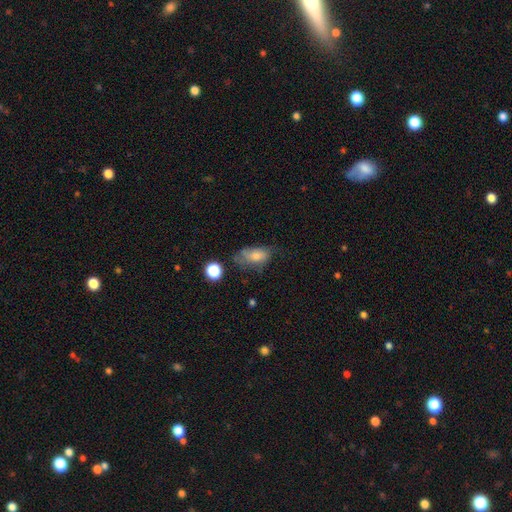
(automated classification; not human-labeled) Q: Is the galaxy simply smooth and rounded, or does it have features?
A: smooth — 73%.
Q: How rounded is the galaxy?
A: in between — 88%.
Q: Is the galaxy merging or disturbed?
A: none — 41%.